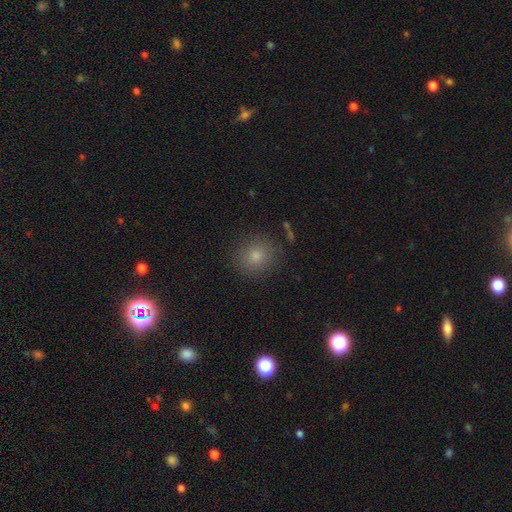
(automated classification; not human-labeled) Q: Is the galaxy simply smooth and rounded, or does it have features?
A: smooth — 73%.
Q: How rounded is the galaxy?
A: round — 88%.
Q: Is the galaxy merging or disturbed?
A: none — 88%.